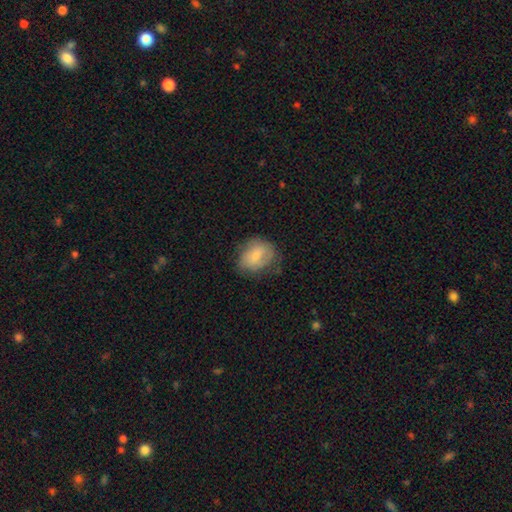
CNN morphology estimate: Smooth or featured? Predicted: smooth (p=0.69). How rounded? Predicted: in between (p=0.56). Merging? Predicted: none (p=0.57).